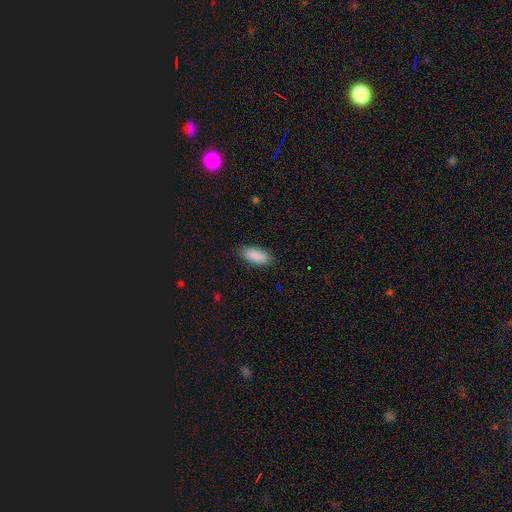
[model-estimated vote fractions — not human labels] A smooth galaxy with no disk features (90%) that is in between round and cigar-shaped (86%). Merging: none (86%).